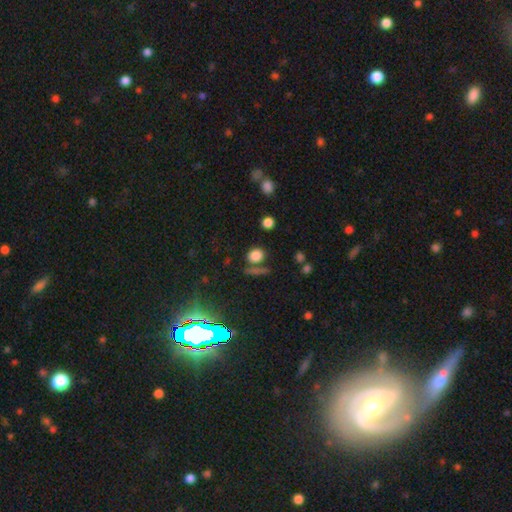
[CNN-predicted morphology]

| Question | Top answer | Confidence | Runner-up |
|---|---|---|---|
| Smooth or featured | smooth | 78% | star or artifact (16%) |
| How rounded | round | 65% | in between (32%) |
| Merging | none | 71% | merger (13%) |